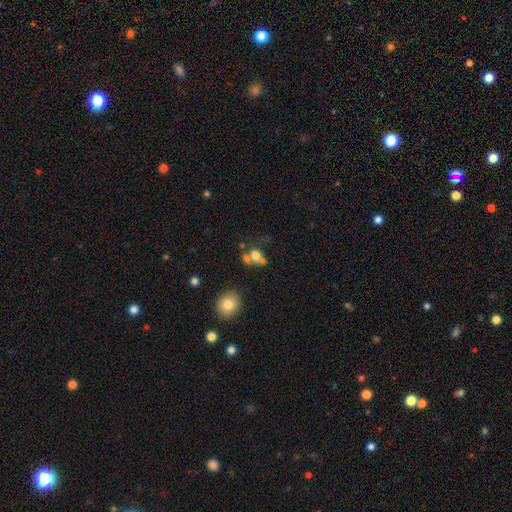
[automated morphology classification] Smooth or featured? Predicted: smooth (p=0.70). How rounded? Predicted: in between (p=0.50). Merging? Predicted: merger (p=0.47).